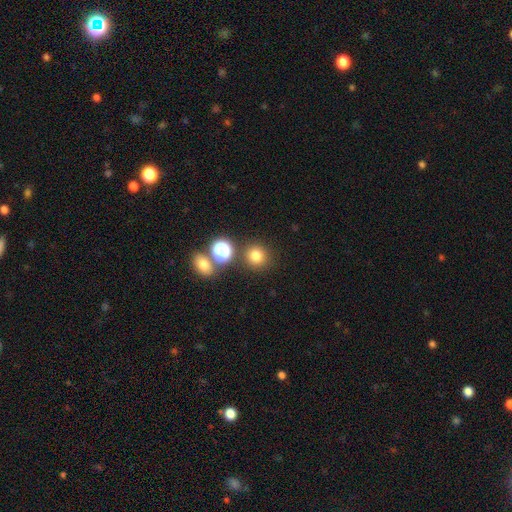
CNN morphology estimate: smooth 77%, star or artifact 16%, featured or disk 7%. Down the decision tree: how rounded — round (91%); merging — none (83%).